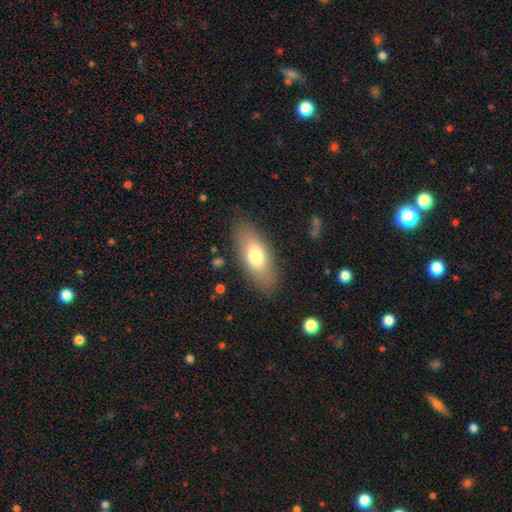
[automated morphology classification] A smooth galaxy with no disk features (70%) that is in between round and cigar-shaped (84%). Merging: none (82%).